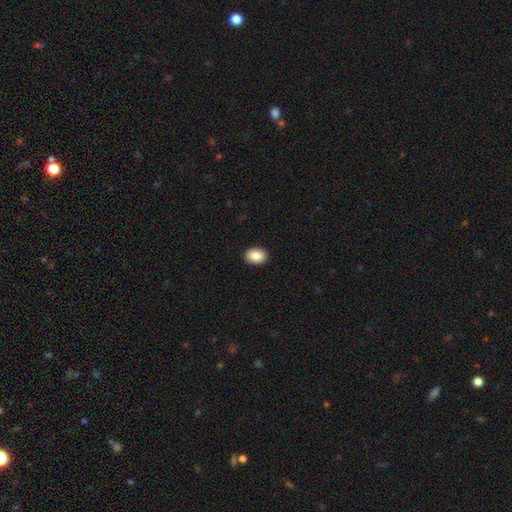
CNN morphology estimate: Overall: smooth (88%). How rounded: in between (78%). Merging: none (92%).